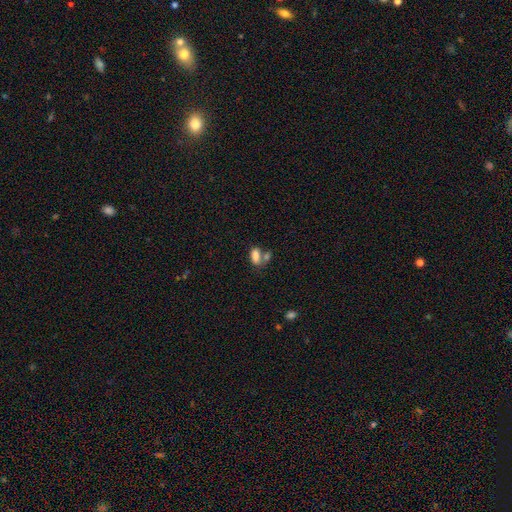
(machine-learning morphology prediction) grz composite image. It shows a smooth galaxy with no disk features (82%) that is in between round and cigar-shaped (89%). Merging: merger (45%).